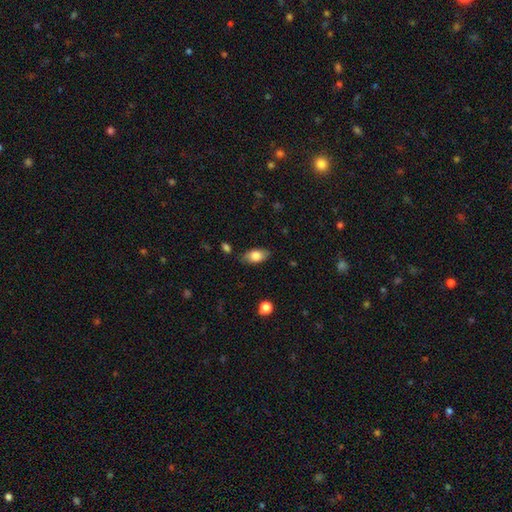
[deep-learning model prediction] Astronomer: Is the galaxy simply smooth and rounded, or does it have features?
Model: smooth — 79%.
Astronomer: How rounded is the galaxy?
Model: in between — 91%.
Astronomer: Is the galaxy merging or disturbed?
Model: none — 81%.